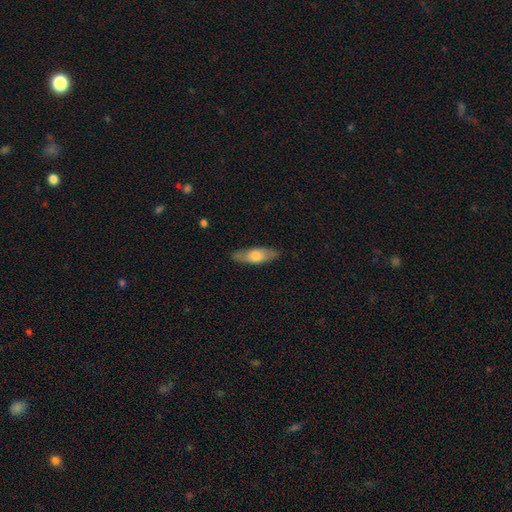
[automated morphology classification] Smooth or featured?
  - smooth: 61% *
  - featured or disk: 33%
  - star or artifact: 6%
How rounded?
  - in between: 62% *
  - cigar-shaped: 36%
  - round: 2%
Merging?
  - none: 84% *
  - minor disturbance: 12%
  - major disturbance: 3%
  - merger: 1%